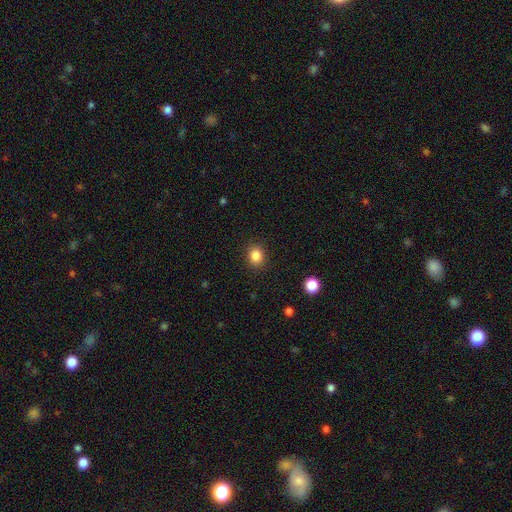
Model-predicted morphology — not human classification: smooth-or-featured: smooth: 85% | star or artifact: 11% | featured or disk: 4%
  how-rounded: round: 70% | in between: 29% | cigar-shaped: 1%
  merging: none: 89% | minor disturbance: 7% | major disturbance: 3% | merger: 1%